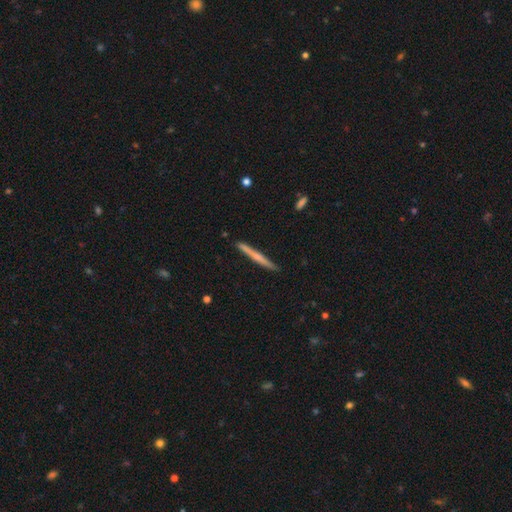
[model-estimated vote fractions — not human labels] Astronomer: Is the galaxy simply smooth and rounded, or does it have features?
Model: featured or disk — 48% (runner-up: smooth, 46%).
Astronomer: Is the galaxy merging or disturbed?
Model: none — 90%.